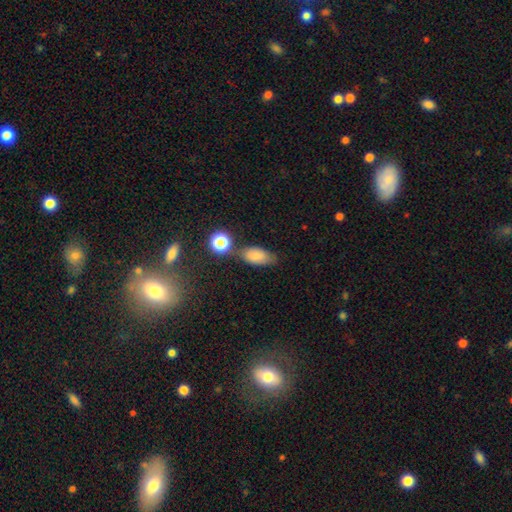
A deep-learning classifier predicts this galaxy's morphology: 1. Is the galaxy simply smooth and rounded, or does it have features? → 78% smooth, 11% star or artifact, 10% featured or disk.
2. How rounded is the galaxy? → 89% in between, 7% round, 4% cigar-shaped.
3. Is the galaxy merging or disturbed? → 63% none, 19% minor disturbance, 13% merger, 5% major disturbance.